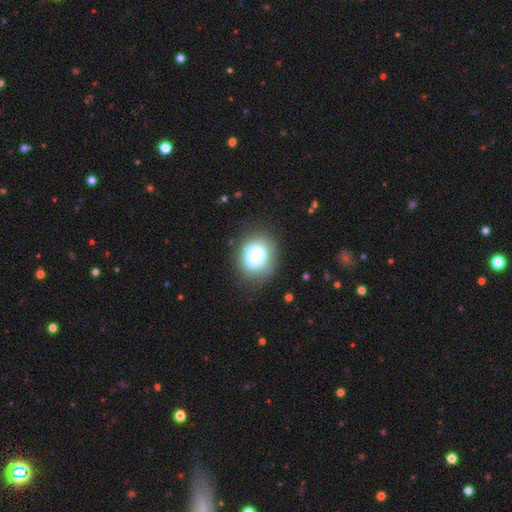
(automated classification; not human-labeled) Q: Smooth or featured?
A: smooth (67%); runner-up: featured or disk (23%)
Q: How rounded?
A: round (72%); runner-up: in between (27%)
Q: Merging?
A: none (67%); runner-up: minor disturbance (20%)